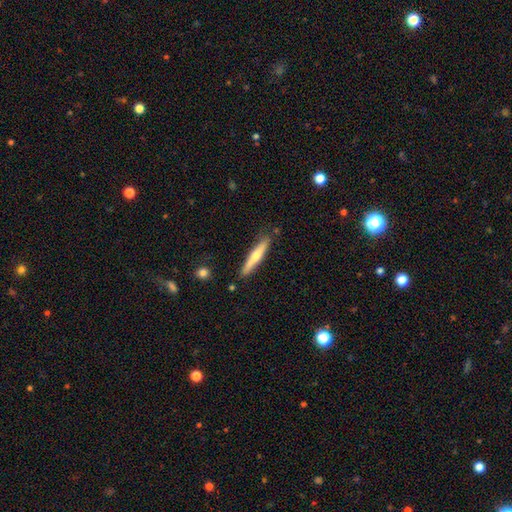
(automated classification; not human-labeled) Q: Smooth or featured?
A: featured or disk (50%); runner-up: smooth (44%)
Q: Edge-on disk?
A: yes (94%); runner-up: no (6%)
Q: Merging?
A: none (86%); runner-up: minor disturbance (10%)